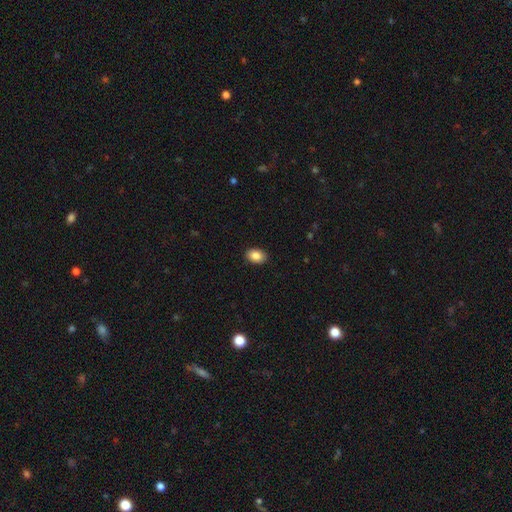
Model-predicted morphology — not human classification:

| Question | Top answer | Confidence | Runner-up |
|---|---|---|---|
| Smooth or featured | smooth | 87% | star or artifact (8%) |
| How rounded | in between | 82% | round (17%) |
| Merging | none | 90% | minor disturbance (7%) |